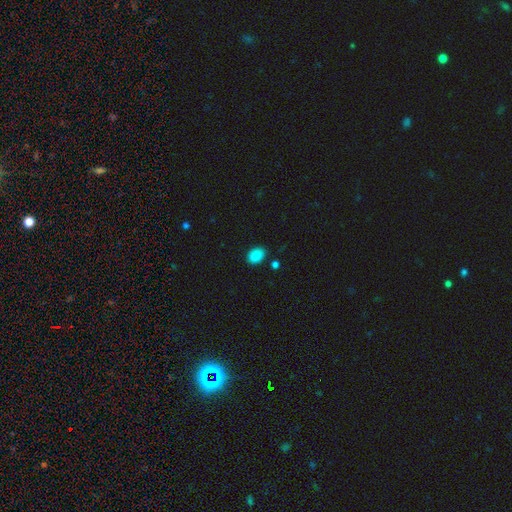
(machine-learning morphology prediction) Smooth or featured: smooth — 87% (star or artifact — 9%)
How rounded: in between — 76% (round — 23%)
Merging: none — 82% (minor disturbance — 12%)